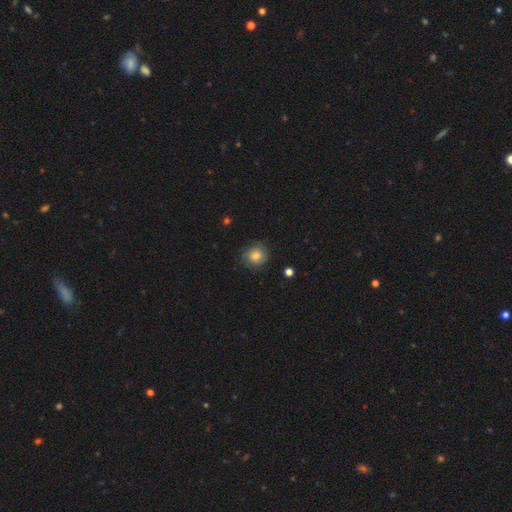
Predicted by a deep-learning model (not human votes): This is likely a smooth galaxy (78%). How rounded: clearly round (87%). Merging: likely none (79%).